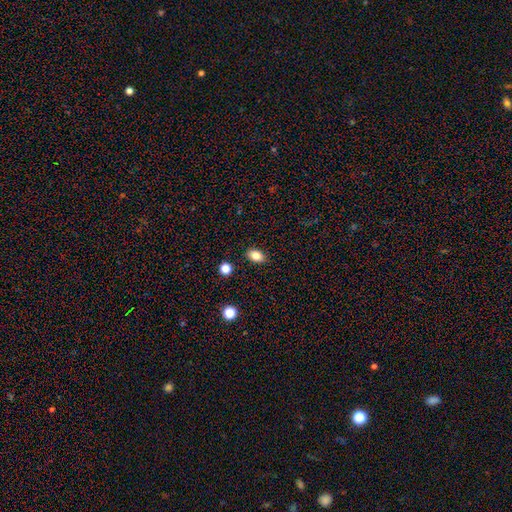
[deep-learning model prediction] smooth_or_featured: smooth (p=0.83) [alt: star or artifact p=0.10]
how_rounded: in between (p=0.84) [alt: round p=0.15]
merging: none (p=0.88) [alt: minor disturbance p=0.08]